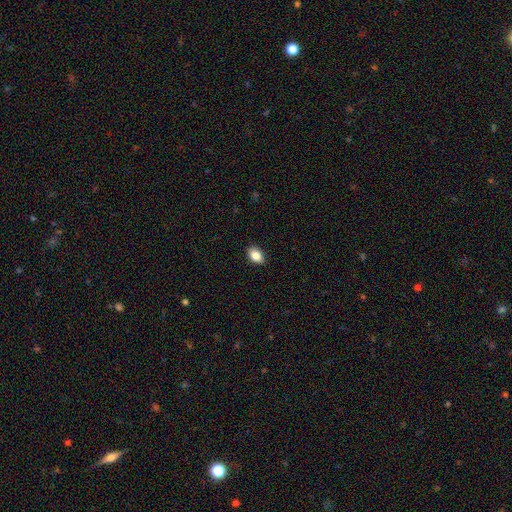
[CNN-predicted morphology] smooth_or_featured: smooth (p=0.86) [alt: star or artifact p=0.08]
how_rounded: in between (p=0.85) [alt: round p=0.14]
merging: none (p=0.88) [alt: minor disturbance p=0.10]